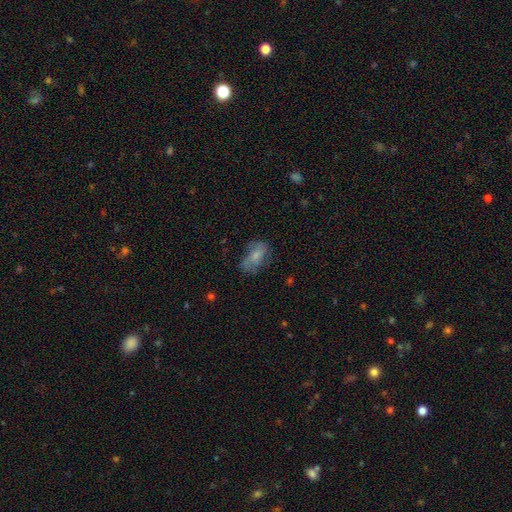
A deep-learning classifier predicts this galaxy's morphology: Smooth or featured? Predicted: smooth (p=0.53). How rounded? Predicted: in between (p=0.86). Merging? Predicted: none (p=0.50).